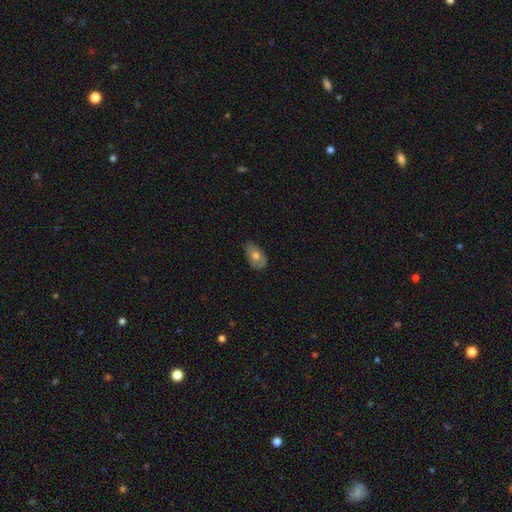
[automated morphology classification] Q: Smooth or featured?
A: smooth (65%); runner-up: featured or disk (28%)
Q: How rounded?
A: in between (90%); runner-up: round (9%)
Q: Merging?
A: none (69%); runner-up: minor disturbance (25%)